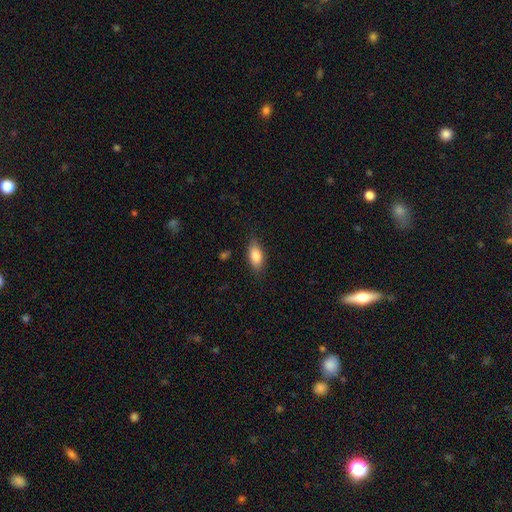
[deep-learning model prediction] smooth-or-featured: smooth: 82% | featured or disk: 11% | star or artifact: 7%
  how-rounded: in between: 84% | cigar-shaped: 12% | round: 4%
  merging: none: 82% | minor disturbance: 14% | major disturbance: 3% | merger: 1%